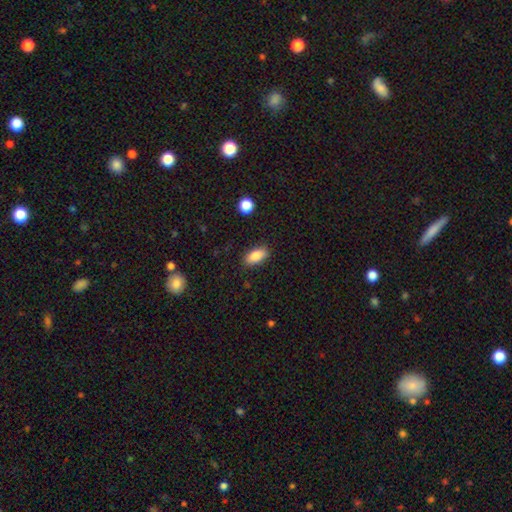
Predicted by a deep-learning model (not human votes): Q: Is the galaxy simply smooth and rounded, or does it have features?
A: smooth — 86%.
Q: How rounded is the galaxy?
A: in between — 88%.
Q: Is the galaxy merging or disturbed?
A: none — 87%.